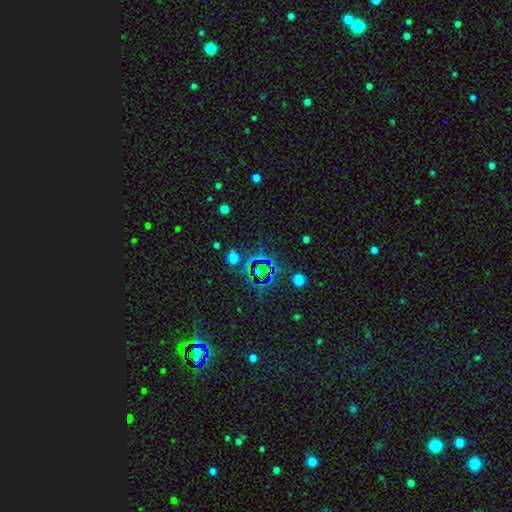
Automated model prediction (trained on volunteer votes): Smooth or featured?
  - star or artifact: 70% *
  - smooth: 15%
  - featured or disk: 14%